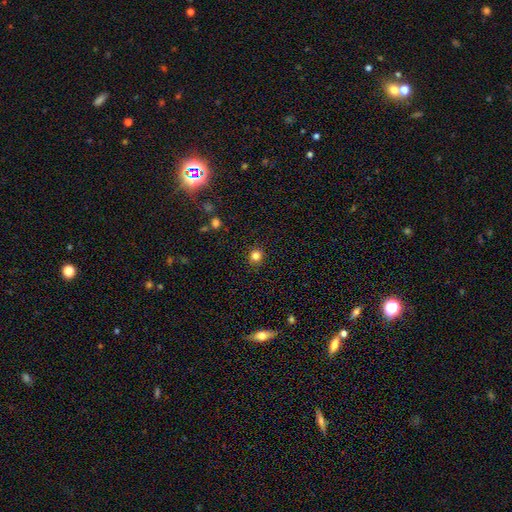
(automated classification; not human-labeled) smooth 82%, star or artifact 13%, featured or disk 5%. Down the decision tree: how rounded — round (91%); merging — none (91%).